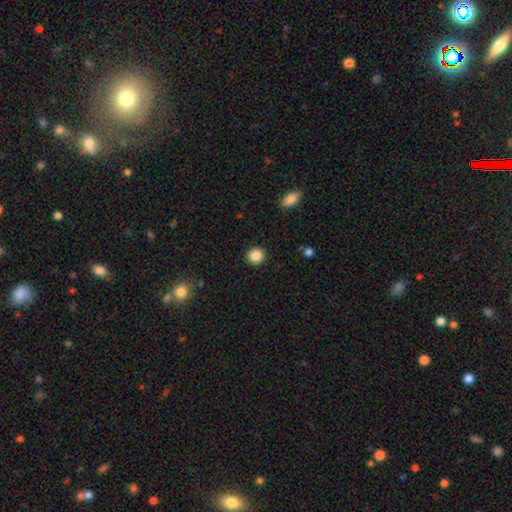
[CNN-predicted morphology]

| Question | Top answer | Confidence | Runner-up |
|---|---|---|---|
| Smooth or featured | smooth | 87% | star or artifact (9%) |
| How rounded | round | 93% | in between (6%) |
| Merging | none | 92% | minor disturbance (5%) |